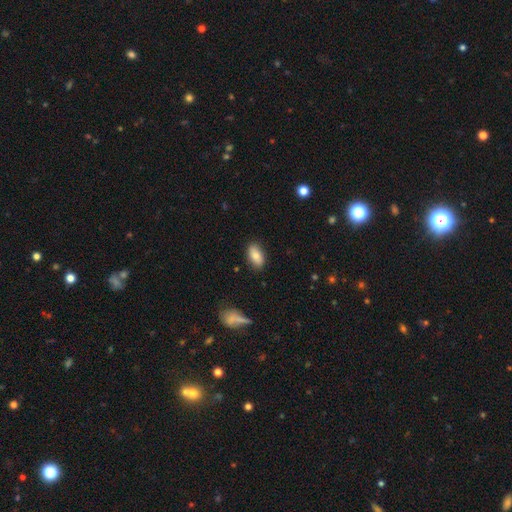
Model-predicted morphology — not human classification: Smooth or featured? smooth (82%)
How rounded? in between (91%)
Merging? none (84%)